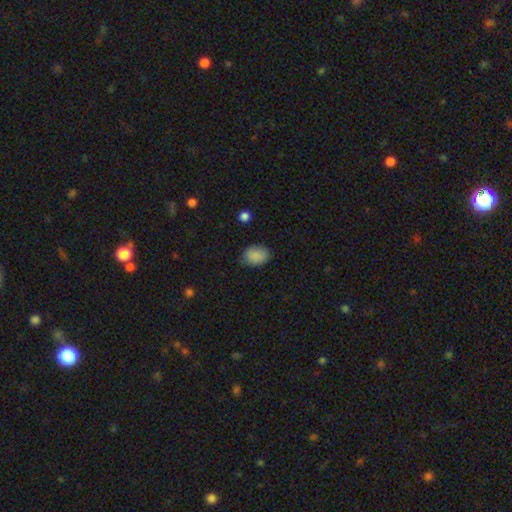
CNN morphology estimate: A smooth galaxy with no disk features (88%) that is in between round and cigar-shaped (74%). Merging: none (80%).